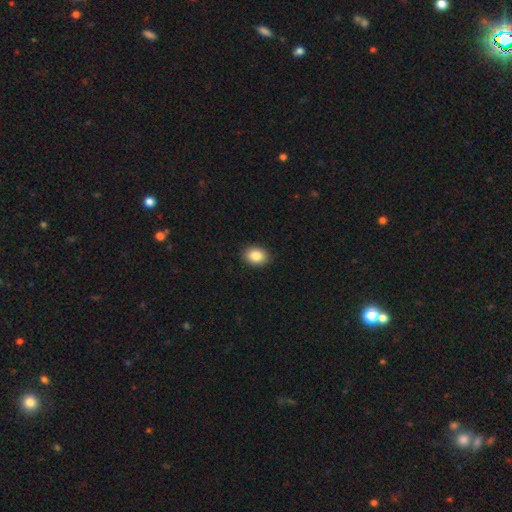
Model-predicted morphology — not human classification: Smooth or featured?
  - smooth: 85% *
  - star or artifact: 8%
  - featured or disk: 6%
How rounded?
  - in between: 66% *
  - round: 33%
  - cigar-shaped: 1%
Merging?
  - none: 90% *
  - minor disturbance: 7%
  - major disturbance: 2%
  - merger: 1%